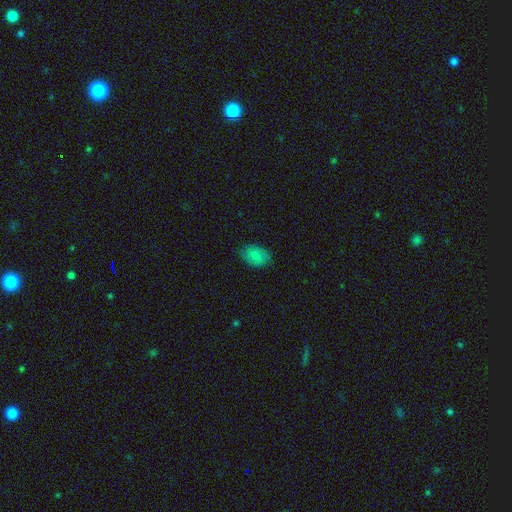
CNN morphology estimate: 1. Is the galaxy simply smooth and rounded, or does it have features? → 81% smooth, 10% featured or disk, 8% star or artifact.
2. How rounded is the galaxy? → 87% in between, 12% round, 1% cigar-shaped.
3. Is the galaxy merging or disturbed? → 78% none, 17% minor disturbance, 4% major disturbance, 1% merger.